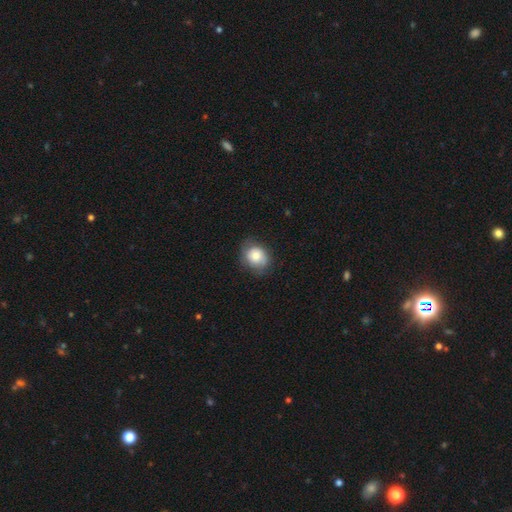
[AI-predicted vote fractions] This appears to be a smooth galaxy with no disk features (76%) that is round (56%). Merging: none (71%).